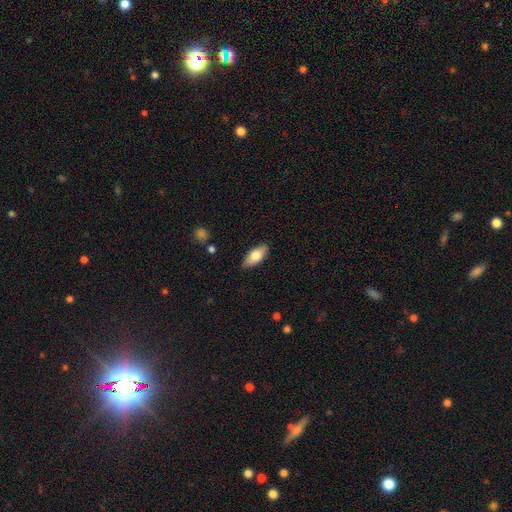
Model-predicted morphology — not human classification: smooth 76%, featured or disk 18%, star or artifact 6%. Down the decision tree: how rounded — in between (86%); merging — none (86%).